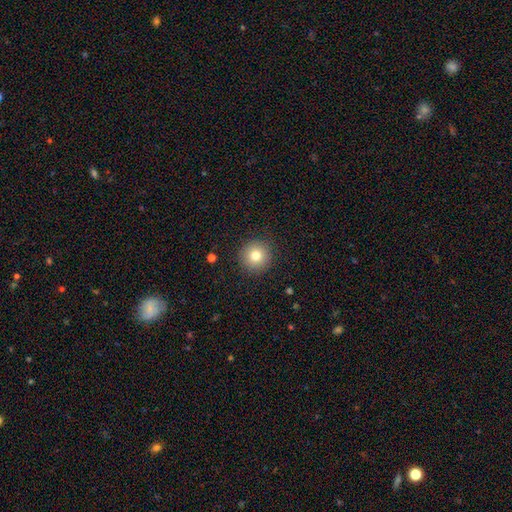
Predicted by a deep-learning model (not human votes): This is clearly a smooth galaxy (80%). How rounded: clearly round (95%). Merging: clearly none (91%).